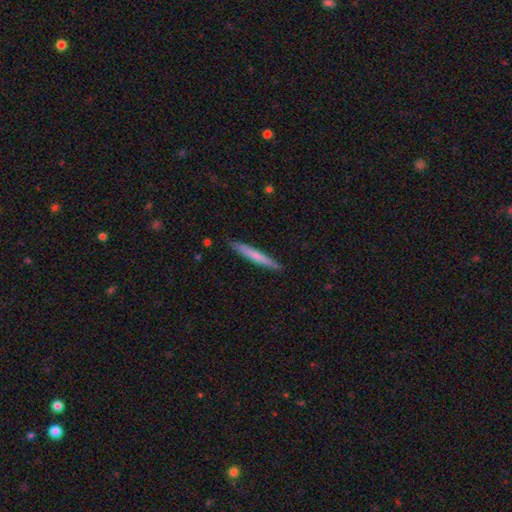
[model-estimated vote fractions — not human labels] This is likely a smooth galaxy (63%). How rounded: clearly cigar-shaped (96%). Merging: clearly none (89%).